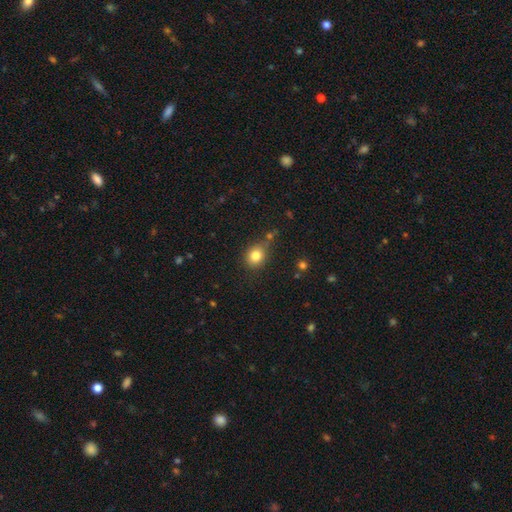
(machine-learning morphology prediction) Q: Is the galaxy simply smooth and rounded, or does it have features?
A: smooth — 82%.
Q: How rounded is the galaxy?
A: round — 72%.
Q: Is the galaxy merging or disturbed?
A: none — 66%.